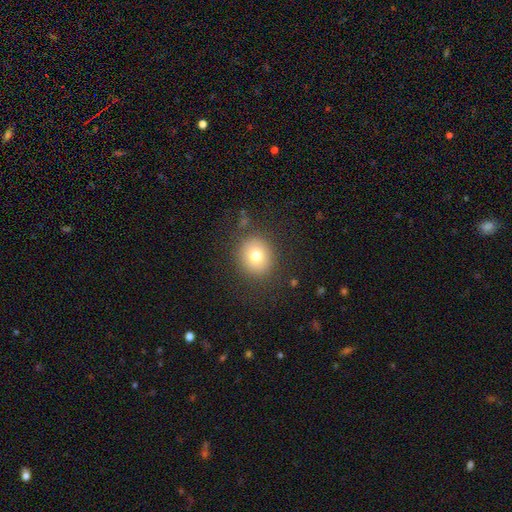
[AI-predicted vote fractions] Smooth or featured? Predicted: smooth (p=0.76). How rounded? Predicted: round (p=0.84). Merging? Predicted: none (p=0.86).